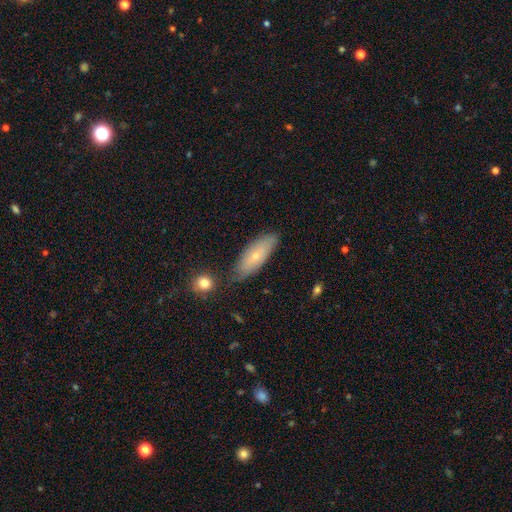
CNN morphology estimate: smooth 67%, featured or disk 27%, star or artifact 7%. Down the decision tree: how rounded — in between (68%); merging — none (74%).